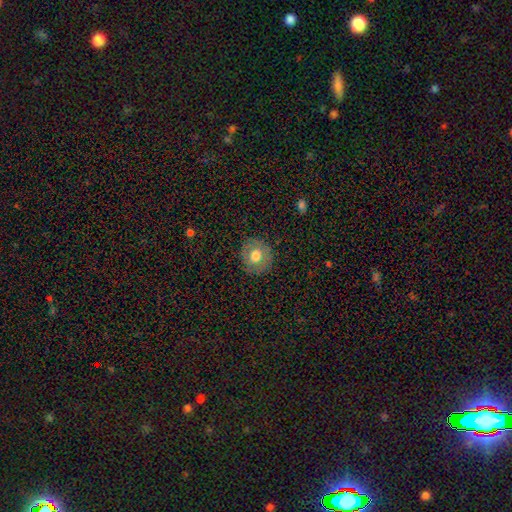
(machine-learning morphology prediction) Q: Smooth or featured?
A: smooth (67%); runner-up: featured or disk (24%)
Q: How rounded?
A: round (87%); runner-up: in between (12%)
Q: Merging?
A: none (85%); runner-up: minor disturbance (11%)